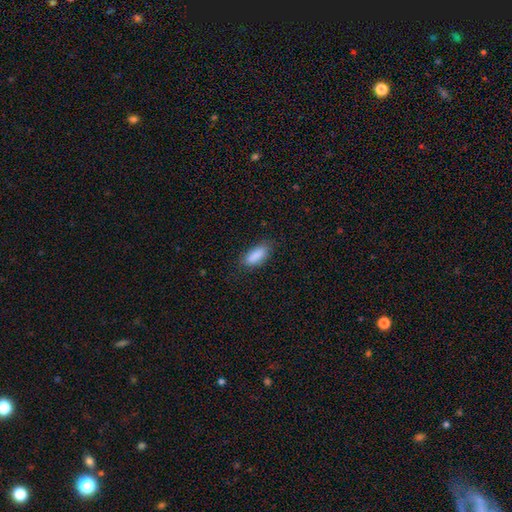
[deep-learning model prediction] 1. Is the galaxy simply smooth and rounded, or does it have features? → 88% smooth, 7% star or artifact, 5% featured or disk.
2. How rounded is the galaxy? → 76% in between, 22% cigar-shaped, 2% round.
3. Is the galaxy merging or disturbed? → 80% none, 15% minor disturbance, 3% major disturbance, 1% merger.